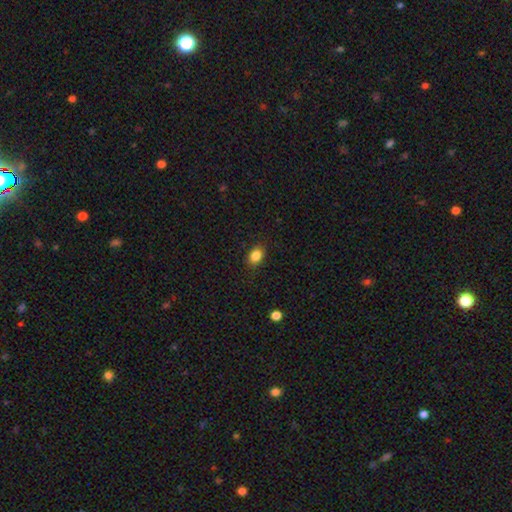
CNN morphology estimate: Smooth or featured?
  - smooth: 85% *
  - star or artifact: 10%
  - featured or disk: 5%
How rounded?
  - in between: 65% *
  - round: 34%
  - cigar-shaped: 1%
Merging?
  - none: 87% *
  - minor disturbance: 10%
  - major disturbance: 2%
  - merger: 1%